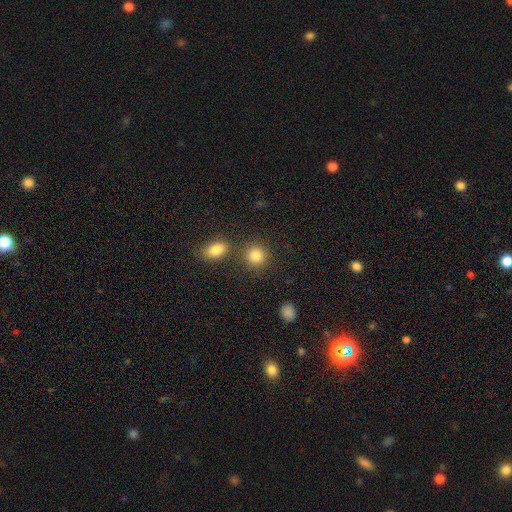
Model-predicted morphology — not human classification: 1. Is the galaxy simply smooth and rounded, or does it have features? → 84% smooth, 10% star or artifact, 6% featured or disk.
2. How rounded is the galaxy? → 85% round, 14% in between, 1% cigar-shaped.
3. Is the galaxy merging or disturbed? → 75% none, 13% merger, 9% minor disturbance, 4% major disturbance.